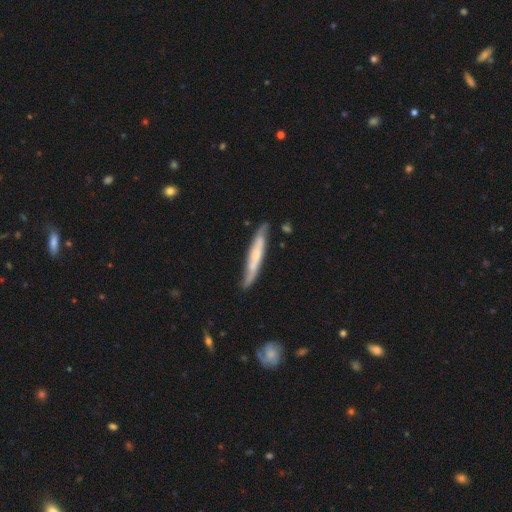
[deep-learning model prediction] smooth_or_featured: featured or disk (p=0.58) [alt: smooth p=0.37]
disk_edge_on: yes (p=0.72) [alt: no p=0.28]
merging: none (p=0.75) [alt: minor disturbance p=0.19]